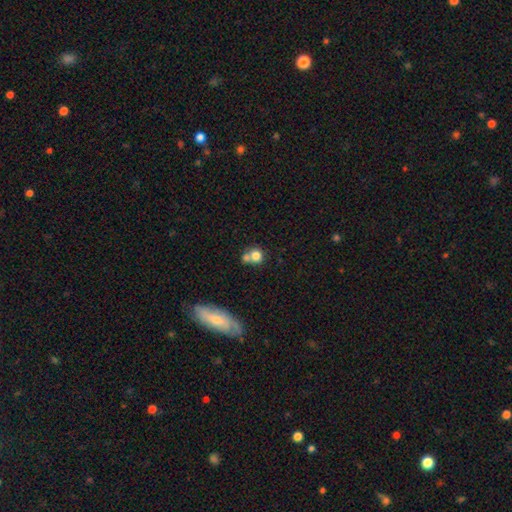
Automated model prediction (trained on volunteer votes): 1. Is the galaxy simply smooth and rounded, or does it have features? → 77% smooth, 13% featured or disk, 10% star or artifact.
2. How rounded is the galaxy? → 83% round, 15% in between, 1% cigar-shaped.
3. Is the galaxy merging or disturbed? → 44% merger, 43% none, 9% minor disturbance, 4% major disturbance.